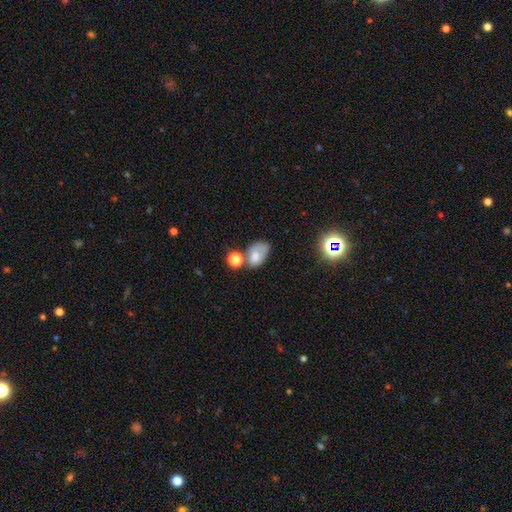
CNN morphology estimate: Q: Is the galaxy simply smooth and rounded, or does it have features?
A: smooth — 69%.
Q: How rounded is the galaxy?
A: in between — 86%.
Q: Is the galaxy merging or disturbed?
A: none — 34%.